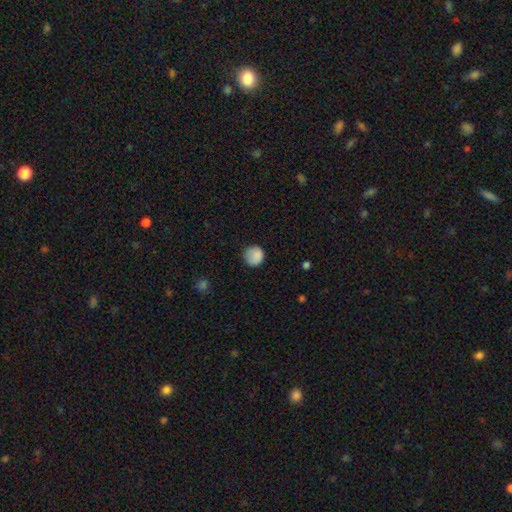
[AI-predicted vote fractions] Morphology: type=smooth (86%); roundness=round (89%); merging=none (78%).